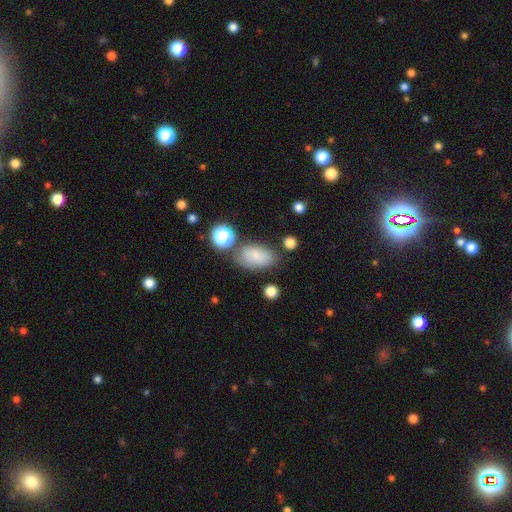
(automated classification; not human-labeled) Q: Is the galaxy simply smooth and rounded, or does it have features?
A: smooth — 76%.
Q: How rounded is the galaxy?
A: in between — 89%.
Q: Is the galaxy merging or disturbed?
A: none — 64%.